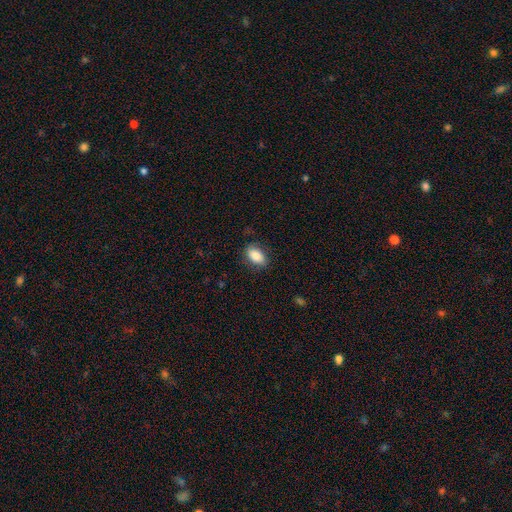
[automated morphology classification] Smooth or featured?
  - smooth: 82% *
  - featured or disk: 10%
  - star or artifact: 7%
How rounded?
  - in between: 90% *
  - round: 8%
  - cigar-shaped: 2%
Merging?
  - none: 81% *
  - minor disturbance: 14%
  - major disturbance: 4%
  - merger: 1%